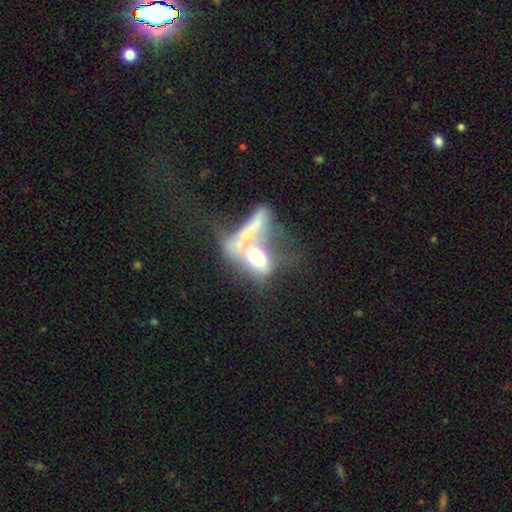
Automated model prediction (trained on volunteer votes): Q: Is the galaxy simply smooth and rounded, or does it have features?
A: smooth — 46%.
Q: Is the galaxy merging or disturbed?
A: merger — 61%.